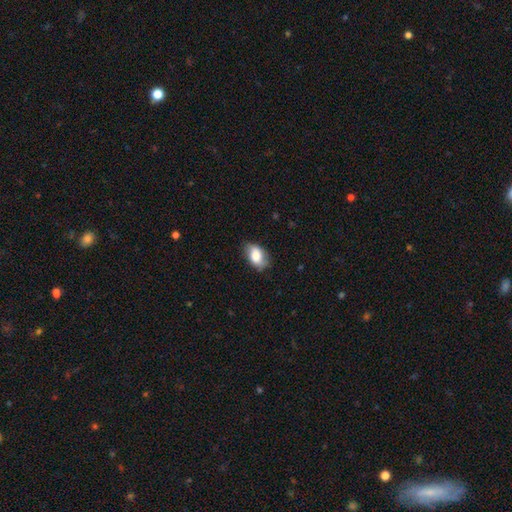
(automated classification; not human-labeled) Morphology: type=smooth (71%); roundness=in between (88%); merging=none (70%).